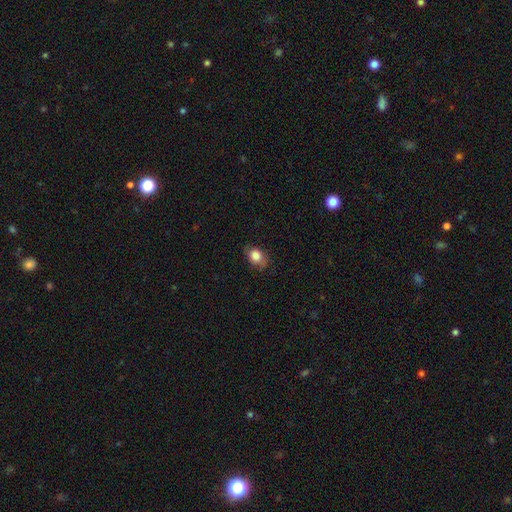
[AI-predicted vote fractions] smooth_or_featured: smooth (p=0.82) [alt: featured or disk p=0.10]
how_rounded: in between (p=0.63) [alt: round p=0.36]
merging: none (p=0.69) [alt: minor disturbance p=0.24]